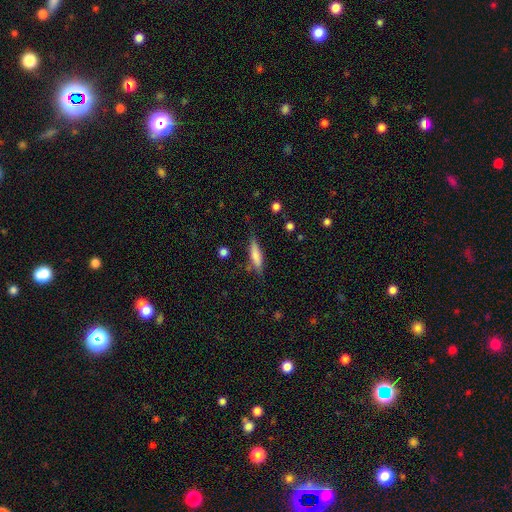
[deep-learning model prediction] Smooth or featured? Predicted: smooth (p=0.71). How rounded? Predicted: cigar-shaped (p=0.72). Merging? Predicted: none (p=0.77).